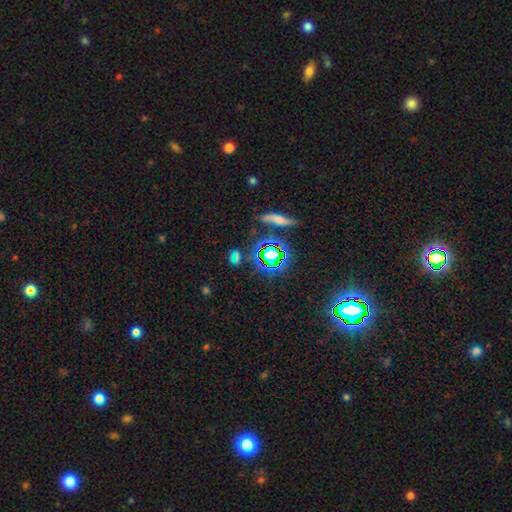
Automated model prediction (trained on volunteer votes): smooth-or-featured: star or artifact: 71% | smooth: 18% | featured or disk: 11%